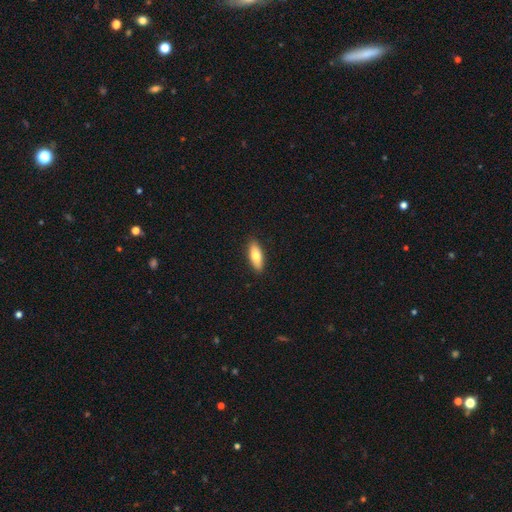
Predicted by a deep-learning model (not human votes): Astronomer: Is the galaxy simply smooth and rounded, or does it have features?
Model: smooth — 73%.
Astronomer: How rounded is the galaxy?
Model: in between — 69%.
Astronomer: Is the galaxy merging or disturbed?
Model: none — 90%.